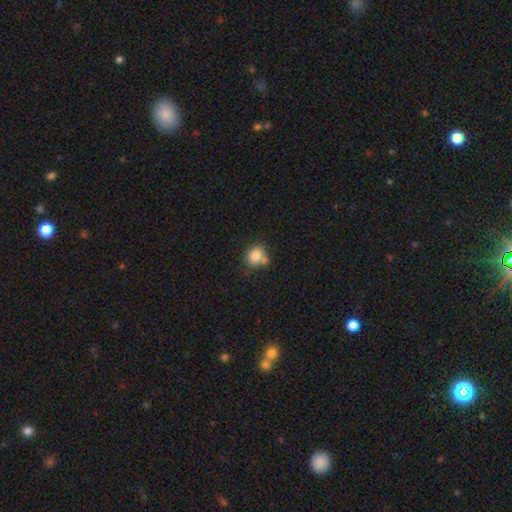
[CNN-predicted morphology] smooth-or-featured: smooth: 82% | star or artifact: 10% | featured or disk: 9%
  how-rounded: round: 57% | in between: 42% | cigar-shaped: 1%
  merging: none: 52% | merger: 25% | minor disturbance: 17% | major disturbance: 5%